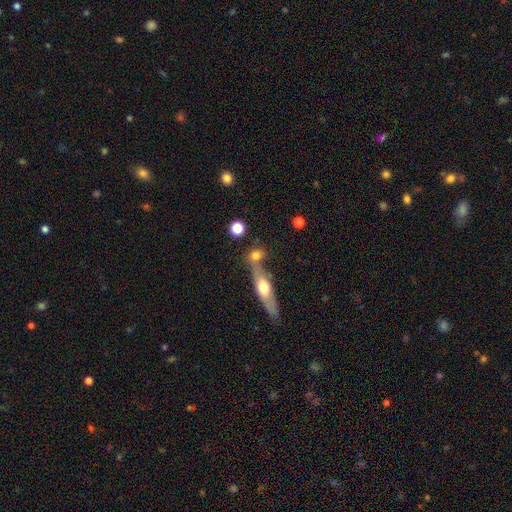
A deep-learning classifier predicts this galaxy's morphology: A smooth galaxy with no disk features (72%) that is round (60%).

Vote fractions:
- Smooth or featured? smooth: 72% / featured or disk: 19% / star or artifact: 9%
- How rounded? round: 60% / in between: 28% / cigar-shaped: 12%
- Merging? none: 53% / merger: 33% / minor disturbance: 10% / major disturbance: 5%